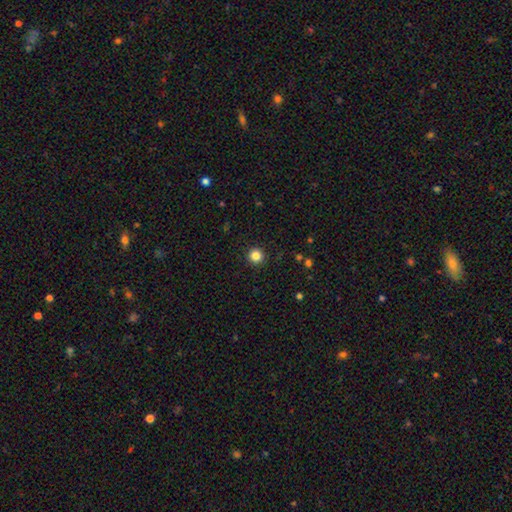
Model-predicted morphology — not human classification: This is clearly a smooth galaxy (84%). How rounded: clearly round (96%). Merging: clearly none (92%).